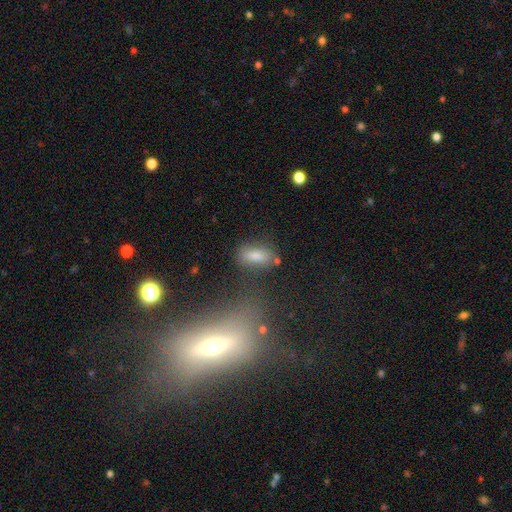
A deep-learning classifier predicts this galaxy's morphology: A smooth galaxy with no disk features (80%) that is in between round and cigar-shaped (83%).

Vote fractions:
- Smooth or featured? smooth: 80% / featured or disk: 10% / star or artifact: 10%
- How rounded? in between: 83% / cigar-shaped: 11% / round: 6%
- Merging? none: 71% / minor disturbance: 15% / merger: 8% / major disturbance: 6%